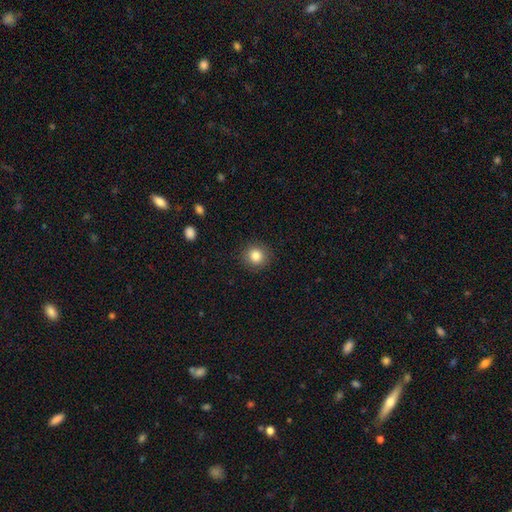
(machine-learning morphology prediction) This is clearly a smooth galaxy (84%). How rounded: clearly round (92%). Merging: clearly none (90%).